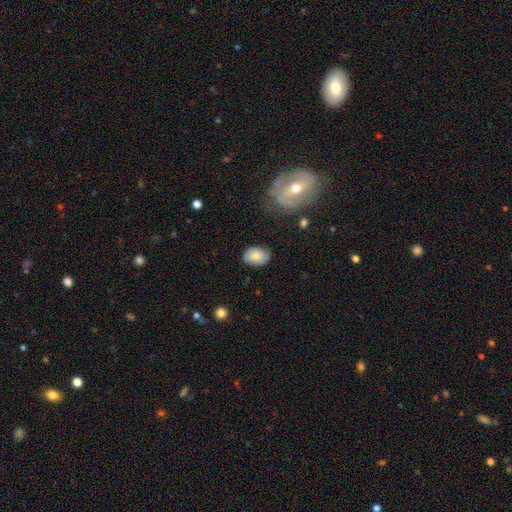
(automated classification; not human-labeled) This is likely a smooth galaxy (79%). How rounded: likely in between (78%). Merging: likely none (78%).